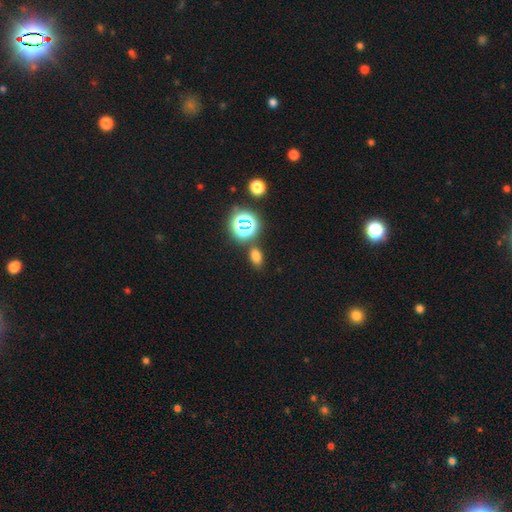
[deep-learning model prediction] This appears to be a smooth galaxy with no disk features (68%) that is in between round and cigar-shaped (79%). Merging: none (79%).